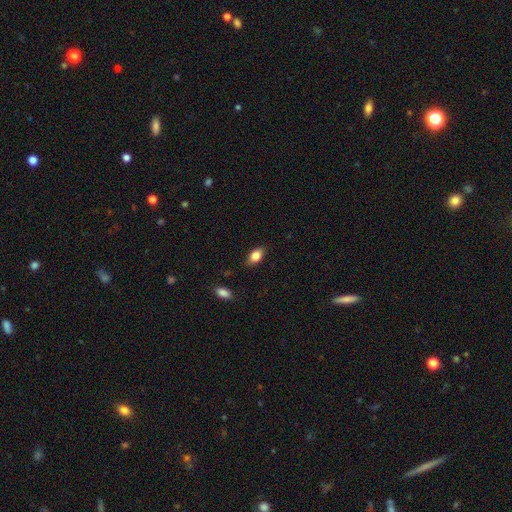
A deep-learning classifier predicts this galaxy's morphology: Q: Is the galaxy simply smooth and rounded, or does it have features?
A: smooth — 83%.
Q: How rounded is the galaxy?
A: in between — 88%.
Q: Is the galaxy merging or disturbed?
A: none — 84%.